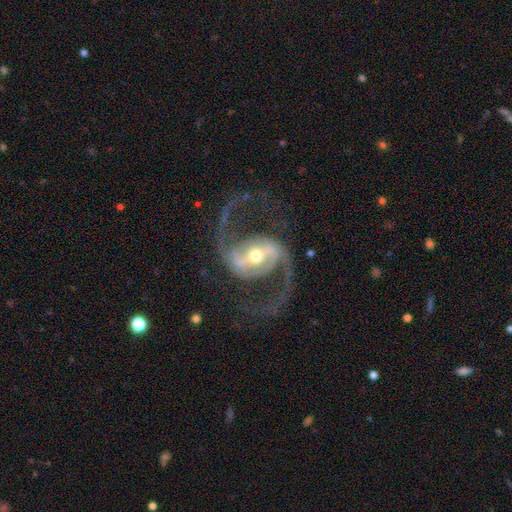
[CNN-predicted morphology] Smooth or featured?
  - featured or disk: 93% *
  - star or artifact: 4%
  - smooth: 2%
Edge-on disk?
  - no: 98% *
  - yes: 2%
Bar?
  - strong: 54% *
  - weak: 34%
  - no: 13%
Spiral arms?
  - yes: 98% *
  - no: 2%
Spiral winding?
  - medium: 53% *
  - loose: 39%
  - tight: 8%
Spiral arm count?
  - 2: 95% *
  - can't tell: 1%
  - 3: 1%
  - 1: 1%
  - 4: 1%
  - more than 4: 1%
Bulge size?
  - moderate: 58% *
  - small: 34%
  - large: 5%
  - dominant: 1%
  - none: 1%
Merging?
  - none: 79% *
  - minor disturbance: 10%
  - major disturbance: 9%
  - merger: 1%